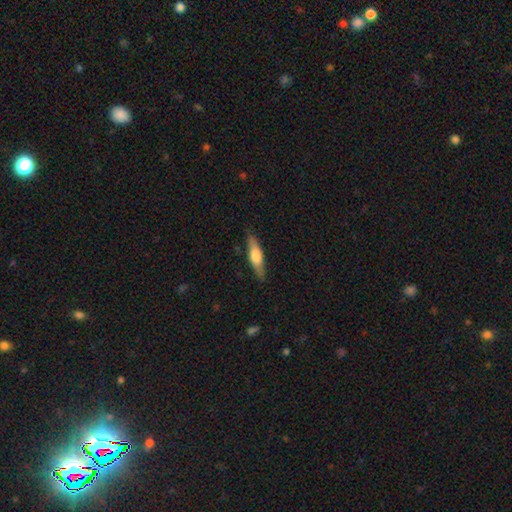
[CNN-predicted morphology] The model was most divided on "smooth or featured": smooth: 52%, featured or disk: 42%, star or artifact: 5%. More confident: merging — none (86%); how rounded — cigar-shaped (70%).